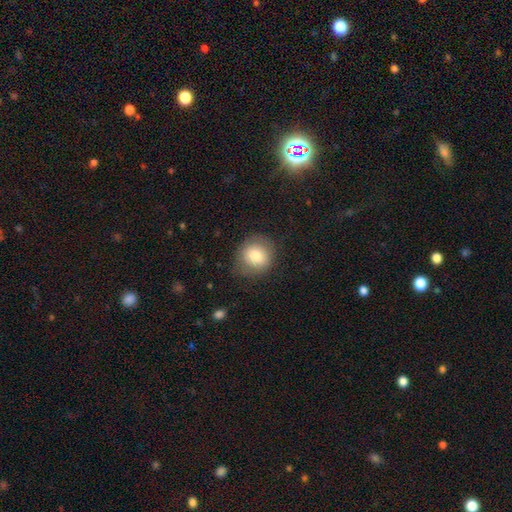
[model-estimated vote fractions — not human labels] A smooth galaxy with no disk features (79%) that is round (81%).

Vote fractions:
- Smooth or featured? smooth: 79% / featured or disk: 12% / star or artifact: 8%
- How rounded? round: 81% / in between: 18% / cigar-shaped: 1%
- Merging? none: 76% / minor disturbance: 17% / major disturbance: 6% / merger: 1%